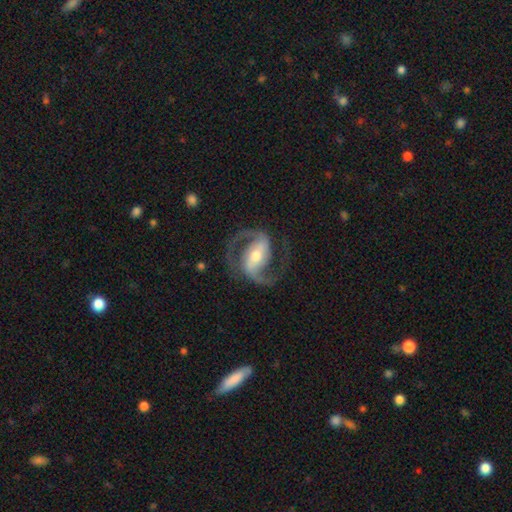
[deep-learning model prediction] The model was most divided on "bar": strong: 52%, weak: 33%, no: 15%. More confident: spiral arms — yes (98%); edge-on disk — no (98%); spiral arm count — 2 (94%); smooth or featured — featured or disk (92%); merging — none (80%); spiral winding — medium (62%); bulge size — moderate (61%).